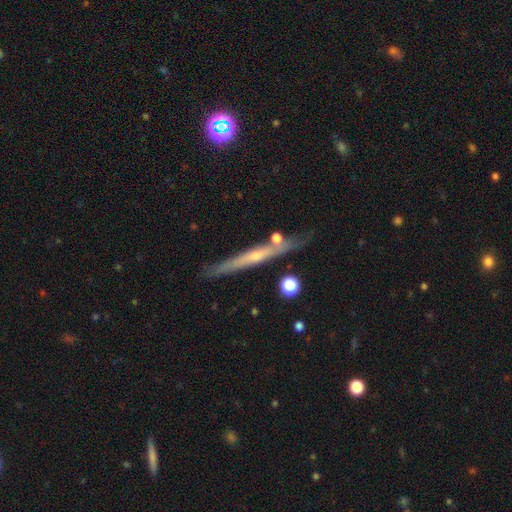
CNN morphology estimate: smooth-or-featured: featured or disk: 68% | smooth: 25% | star or artifact: 7%
  disk-edge-on: yes: 95% | no: 5%
    edge-on-bulge: rounded: 48% | none: 47% | boxy: 5%
  merging: none: 81% | minor disturbance: 11% | merger: 5% | major disturbance: 2%